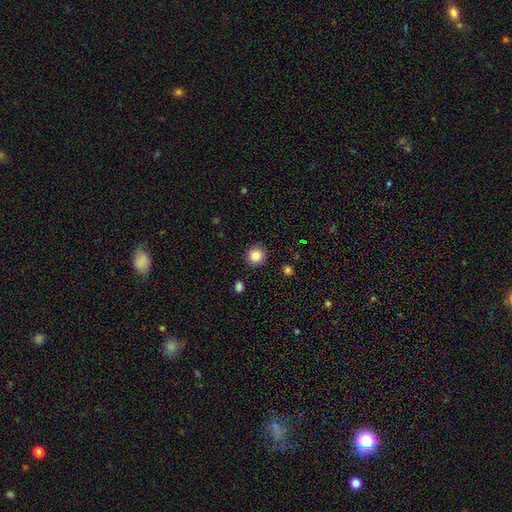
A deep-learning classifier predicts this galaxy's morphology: Smooth or featured? Predicted: smooth (p=0.87). How rounded? Predicted: round (p=0.92). Merging? Predicted: none (p=0.90).